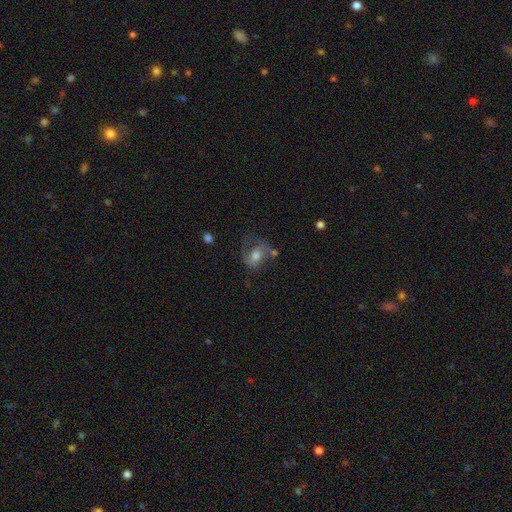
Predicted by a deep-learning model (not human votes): smooth_or_featured: featured or disk (p=0.48) [alt: smooth p=0.42]
merging: none (p=0.42) [alt: major disturbance p=0.25]